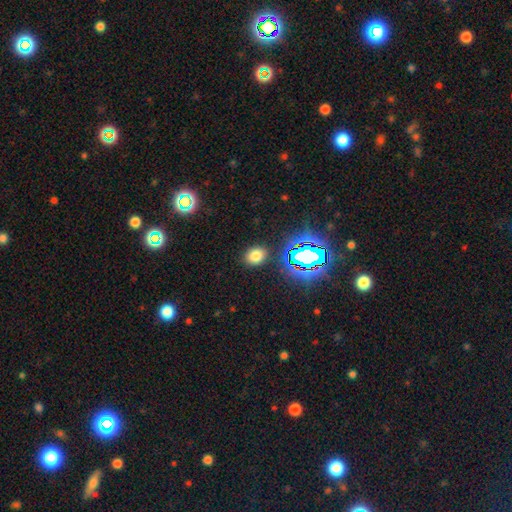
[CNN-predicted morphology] type=smooth (71%); roundness=round (54%); merging=none (86%).